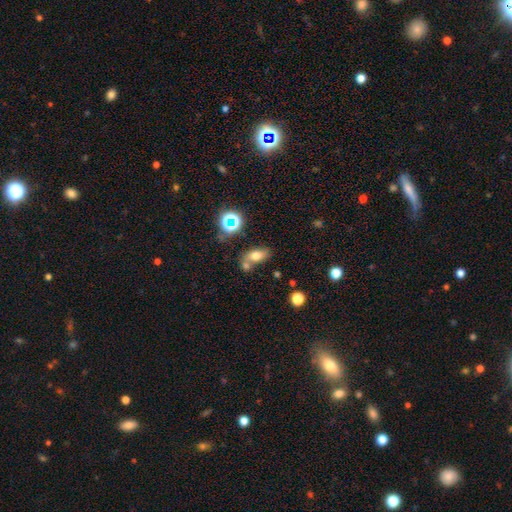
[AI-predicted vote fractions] smooth_or_featured: smooth (p=0.69) [alt: featured or disk p=0.16]
how_rounded: in between (p=0.81) [alt: round p=0.13]
merging: none (p=0.51) [alt: merger p=0.30]